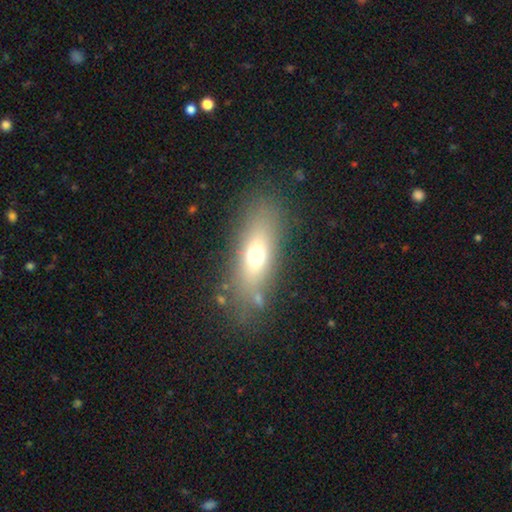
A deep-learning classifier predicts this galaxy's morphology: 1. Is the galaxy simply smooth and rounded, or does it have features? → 64% smooth, 25% featured or disk, 11% star or artifact.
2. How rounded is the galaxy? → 61% in between, 33% cigar-shaped, 6% round.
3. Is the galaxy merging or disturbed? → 79% none, 12% minor disturbance, 6% major disturbance, 3% merger.